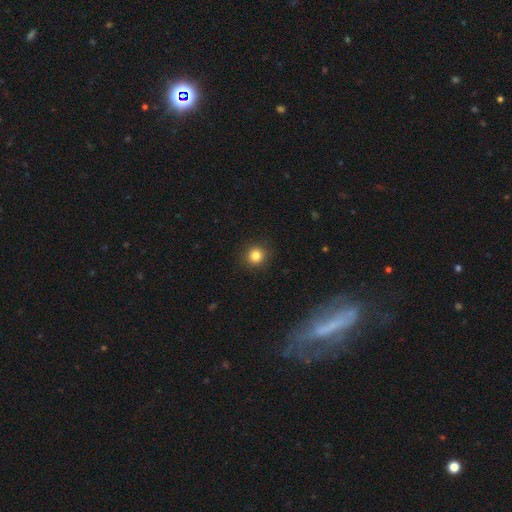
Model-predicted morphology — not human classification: The model was most divided on "smooth or featured": smooth: 83%, star or artifact: 12%, featured or disk: 5%. More confident: how rounded — round (93%); merging — none (91%).